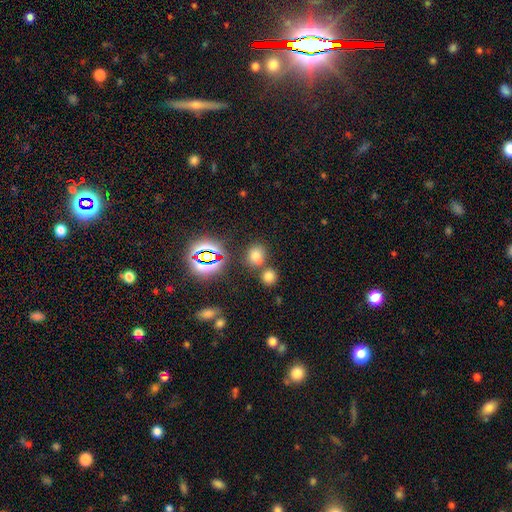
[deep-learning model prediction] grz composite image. It shows a smooth galaxy with no disk features (65%) that is round (63%). Merging: none (65%).